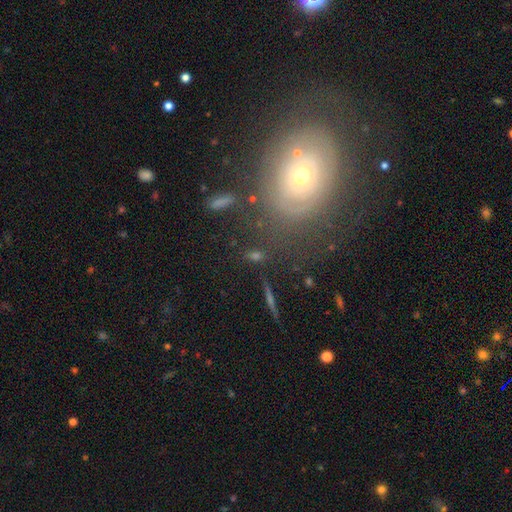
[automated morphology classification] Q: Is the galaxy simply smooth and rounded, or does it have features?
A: smooth — 45%.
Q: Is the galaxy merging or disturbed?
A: none — 76%.